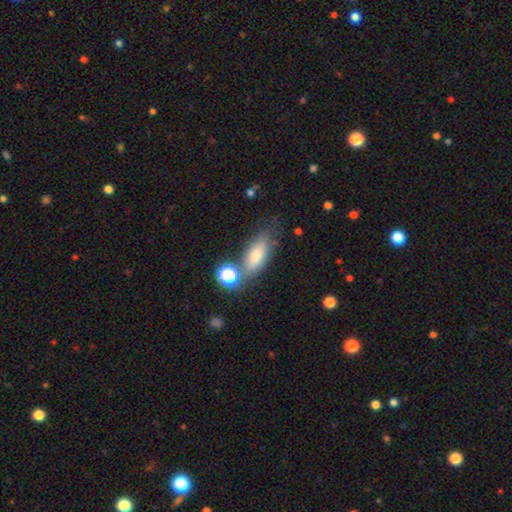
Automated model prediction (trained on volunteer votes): Overall: smooth (72%). How rounded: in between (74%). Merging: none (60%).